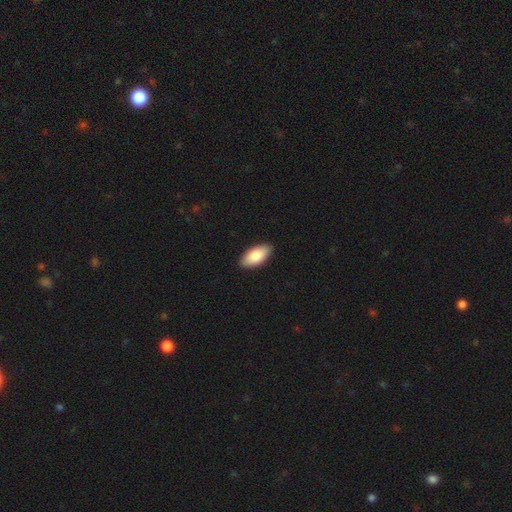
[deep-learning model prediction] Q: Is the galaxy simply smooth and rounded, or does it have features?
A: smooth — 85%.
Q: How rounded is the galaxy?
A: in between — 93%.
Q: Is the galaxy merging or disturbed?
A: none — 90%.